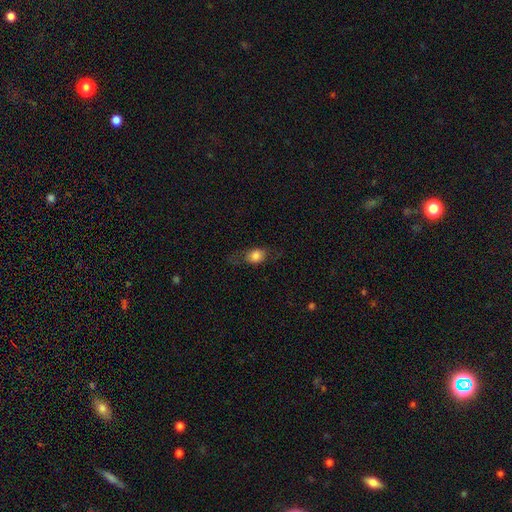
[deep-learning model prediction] Morphology: type=smooth (70%); roundness=in between (65%); merging=none (64%).